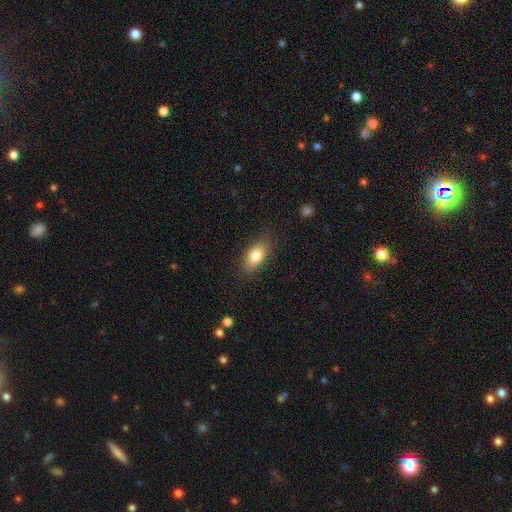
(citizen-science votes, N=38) A smooth galaxy with no disk features (92%) that is in between round and cigar-shaped (89%). Merging: none (92%).